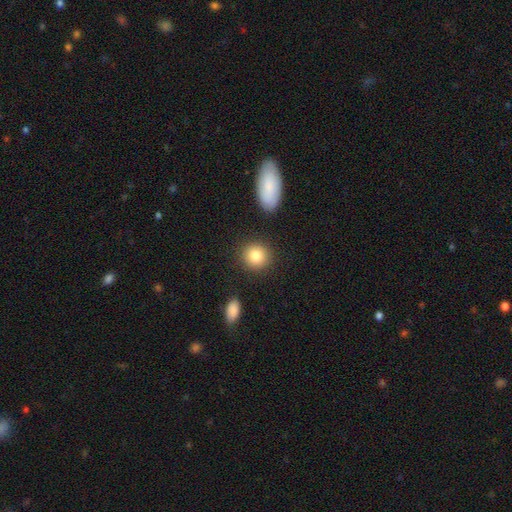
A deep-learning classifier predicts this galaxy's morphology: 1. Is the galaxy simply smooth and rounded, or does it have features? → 84% smooth, 9% star or artifact, 7% featured or disk.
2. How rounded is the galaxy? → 88% round, 11% in between, 1% cigar-shaped.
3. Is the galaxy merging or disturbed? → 87% none, 7% minor disturbance, 3% merger, 3% major disturbance.